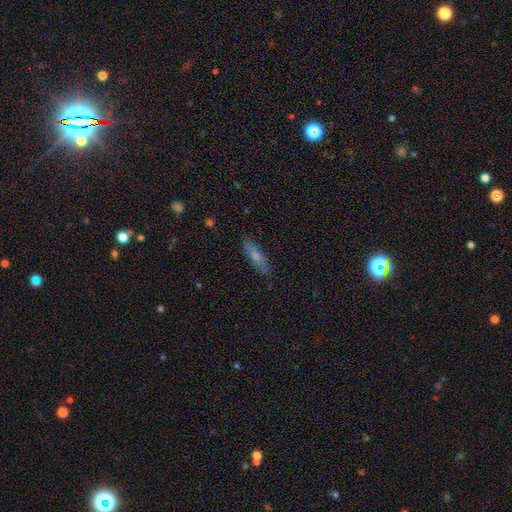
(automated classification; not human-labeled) This is likely a smooth galaxy (69%). How rounded: likely cigar-shaped (67%). Merging: clearly none (82%).